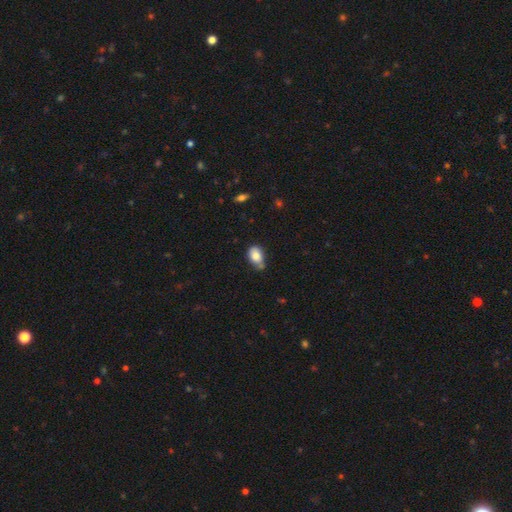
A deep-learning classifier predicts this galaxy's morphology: The model was most divided on "merging": none: 54%, minor disturbance: 29%, merger: 12%, major disturbance: 6%. More confident: how rounded — in between (83%); smooth or featured — smooth (81%).